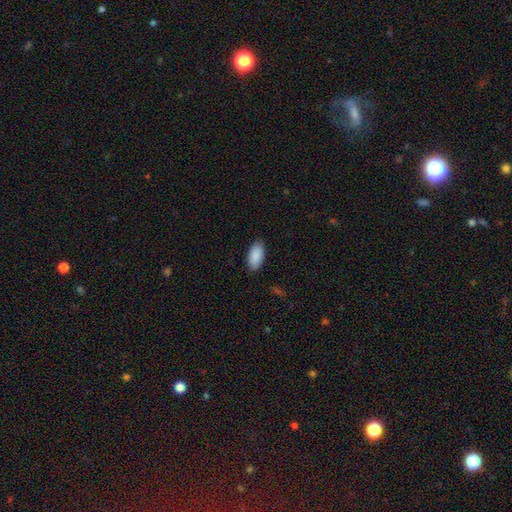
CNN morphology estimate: type=smooth (91%); roundness=in between (95%); merging=none (86%).